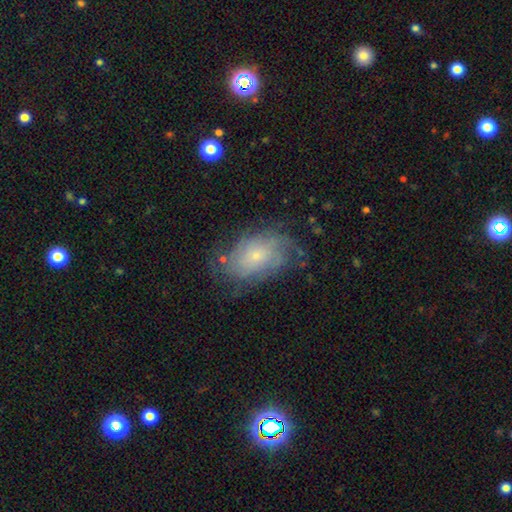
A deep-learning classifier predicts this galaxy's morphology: smooth-or-featured: featured or disk: 65% | smooth: 26% | star or artifact: 9%
  disk-edge-on: no: 95% | yes: 5%
    bar: no: 79% | weak: 18% | strong: 3%
    has-spiral-arms: yes: 84% | no: 16%
      spiral-winding: tight: 56% | medium: 30% | loose: 14%
      spiral-arm-count: can't tell: 56% | 2: 13% | 4: 10% | 3: 10% | more than 4: 6% | 1: 5%
    bulge-size: small: 78% | moderate: 16% | none: 3% | large: 2% | dominant: 1%
  merging: none: 64% | minor disturbance: 22% | major disturbance: 13% | merger: 2%